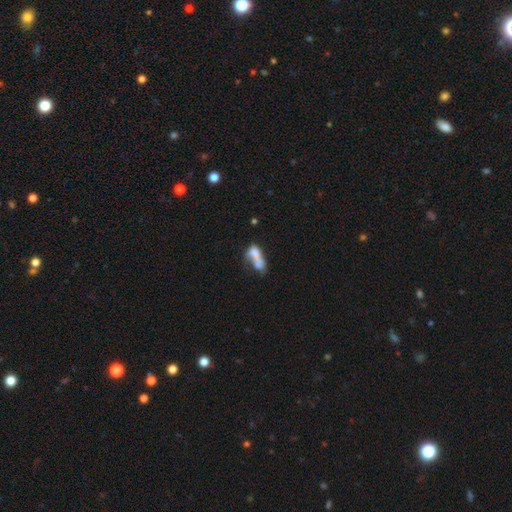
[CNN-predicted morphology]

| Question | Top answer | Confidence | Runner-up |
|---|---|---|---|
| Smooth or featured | smooth | 60% | featured or disk (29%) |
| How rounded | in between | 69% | cigar-shaped (21%) |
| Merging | merger | 53% | none (18%) |